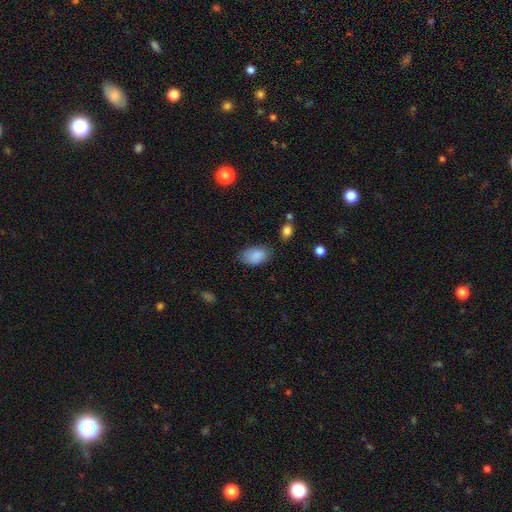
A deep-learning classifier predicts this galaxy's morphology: A smooth galaxy with no disk features (87%) that is in between round and cigar-shaped (91%). Merging: none (73%).